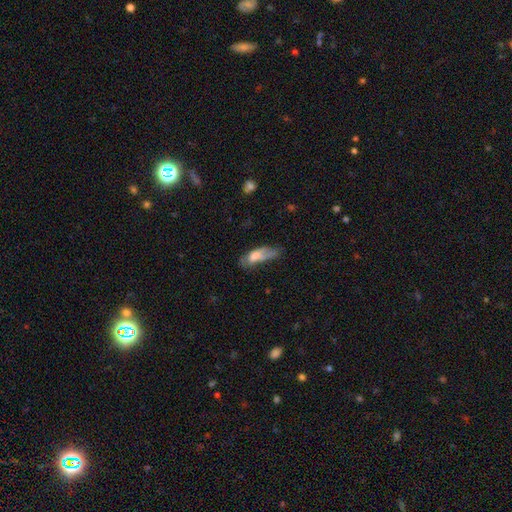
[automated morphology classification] Q: Smooth or featured?
A: smooth (64%); runner-up: featured or disk (28%)
Q: How rounded?
A: in between (63%); runner-up: cigar-shaped (34%)
Q: Merging?
A: minor disturbance (32%); runner-up: major disturbance (31%)